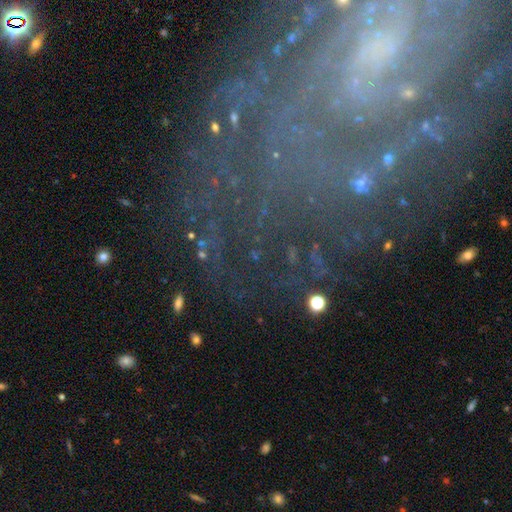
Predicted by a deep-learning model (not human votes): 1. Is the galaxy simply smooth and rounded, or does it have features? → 49% featured or disk, 36% star or artifact, 15% smooth.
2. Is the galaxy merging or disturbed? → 64% none, 16% major disturbance, 15% minor disturbance, 5% merger.